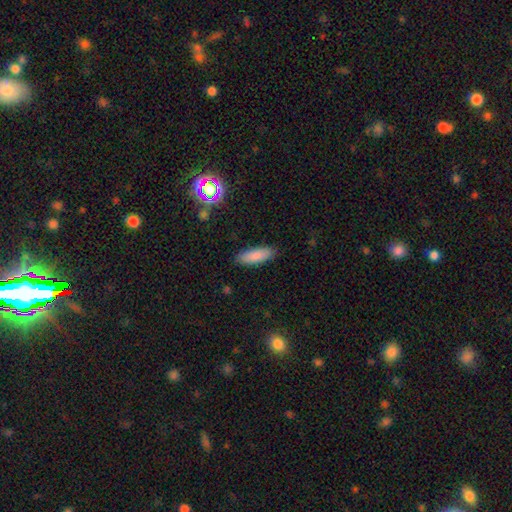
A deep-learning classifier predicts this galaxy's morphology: Smooth or featured?
  - smooth: 87% *
  - star or artifact: 7%
  - featured or disk: 6%
How rounded?
  - in between: 62% *
  - cigar-shaped: 36%
  - round: 2%
Merging?
  - none: 88% *
  - minor disturbance: 9%
  - major disturbance: 2%
  - merger: 1%